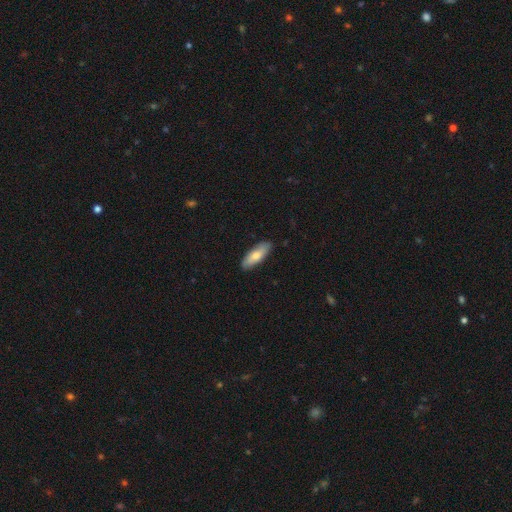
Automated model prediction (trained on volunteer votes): Q: Smooth or featured?
A: smooth (74%); runner-up: featured or disk (20%)
Q: How rounded?
A: in between (63%); runner-up: cigar-shaped (35%)
Q: Merging?
A: none (87%); runner-up: minor disturbance (10%)